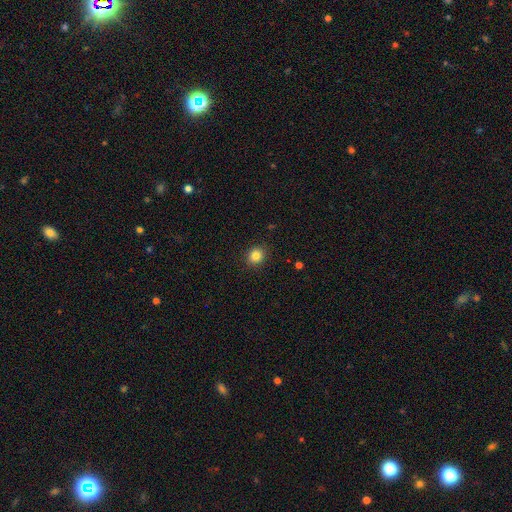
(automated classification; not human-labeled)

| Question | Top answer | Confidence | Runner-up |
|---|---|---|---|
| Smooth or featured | smooth | 84% | star or artifact (11%) |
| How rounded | round | 78% | in between (21%) |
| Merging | none | 90% | minor disturbance (7%) |